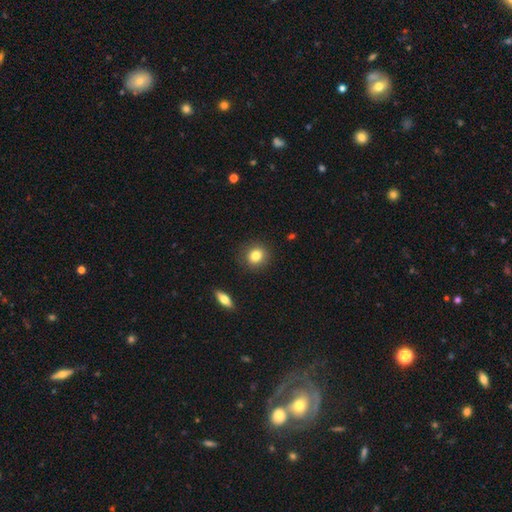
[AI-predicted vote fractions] Smooth or featured? smooth (82%)
How rounded? round (80%)
Merging? none (88%)